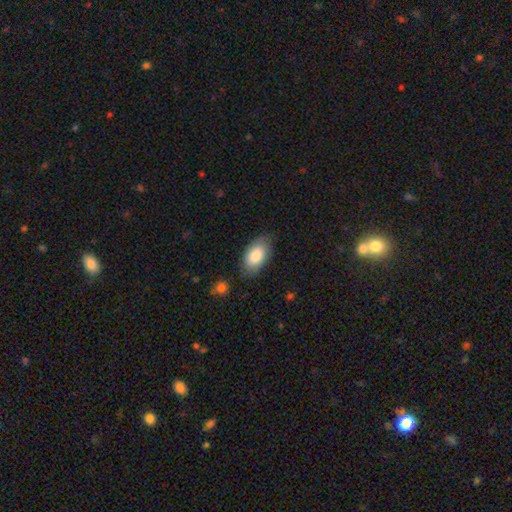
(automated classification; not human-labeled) Smooth or featured? Predicted: smooth (p=0.82). How rounded? Predicted: in between (p=0.94). Merging? Predicted: none (p=0.79).